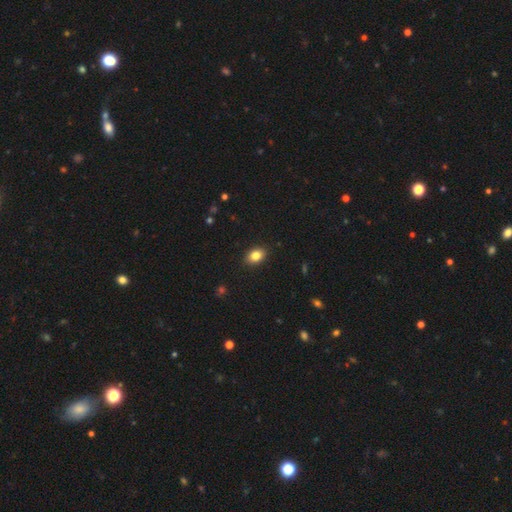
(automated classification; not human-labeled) This is clearly a smooth galaxy (84%). How rounded: clearly in between (81%). Merging: clearly none (89%).